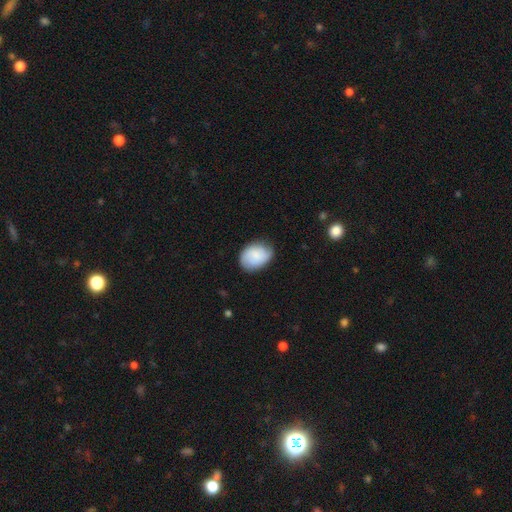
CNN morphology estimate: type=smooth (78%); roundness=in between (69%); merging=none (72%).